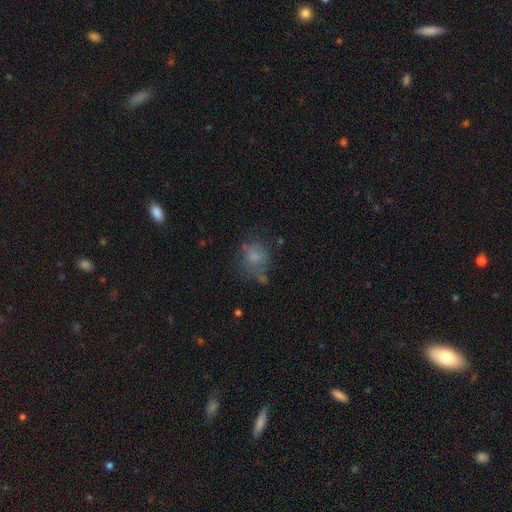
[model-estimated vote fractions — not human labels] Morphology: type=smooth (65%); roundness=round (61%); merging=none (51%).